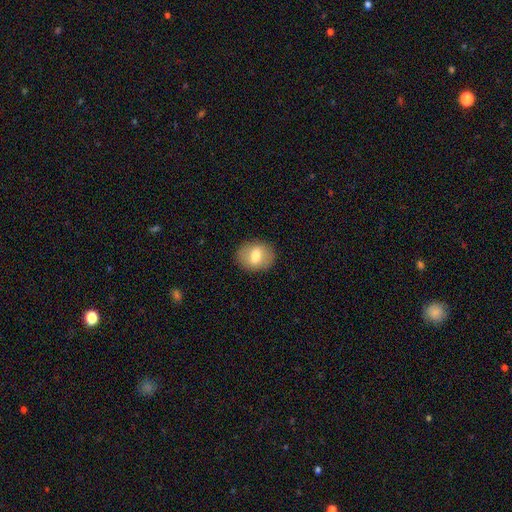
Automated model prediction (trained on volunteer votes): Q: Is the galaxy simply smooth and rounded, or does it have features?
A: smooth — 66%.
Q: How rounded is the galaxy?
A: in between — 50%.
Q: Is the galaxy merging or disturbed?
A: none — 87%.